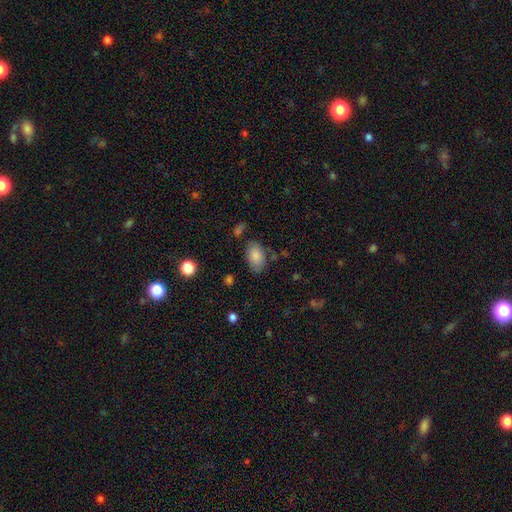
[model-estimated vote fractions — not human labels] Smooth or featured?
  - smooth: 83% *
  - featured or disk: 9%
  - star or artifact: 8%
How rounded?
  - in between: 89% *
  - round: 10%
  - cigar-shaped: 1%
Merging?
  - none: 69% *
  - minor disturbance: 20%
  - major disturbance: 6%
  - merger: 5%